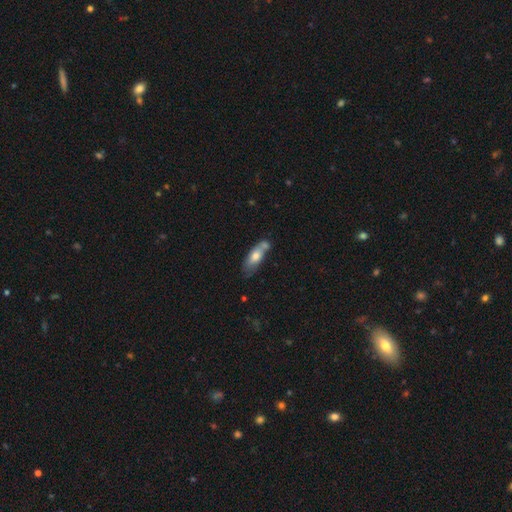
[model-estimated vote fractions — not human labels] Morphology: type=smooth (64%); roundness=in between (64%); merging=none (49%).